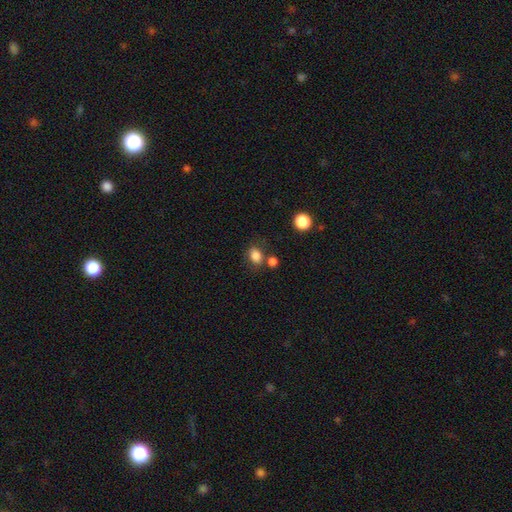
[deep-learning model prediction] Smooth or featured: smooth — 83% (star or artifact — 11%)
How rounded: in between — 60% (round — 39%)
Merging: none — 66% (merger — 16%)